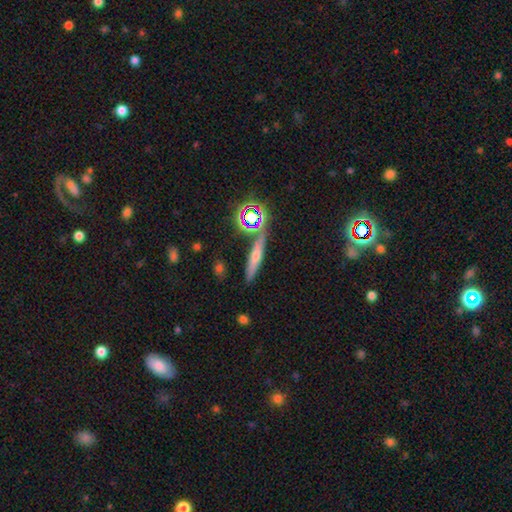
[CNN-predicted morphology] Smooth or featured?
  - featured or disk: 40% *
  - smooth: 38%
  - star or artifact: 23%
Merging?
  - none: 77% *
  - minor disturbance: 11%
  - merger: 8%
  - major disturbance: 4%